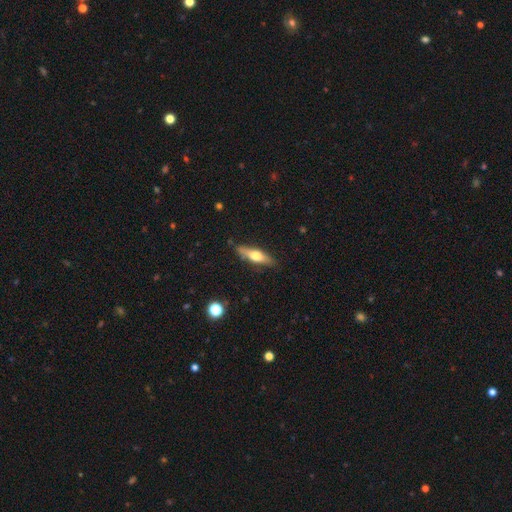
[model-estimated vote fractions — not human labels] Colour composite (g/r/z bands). It shows a featured or disk galaxy (48%). Merging: none (83%).